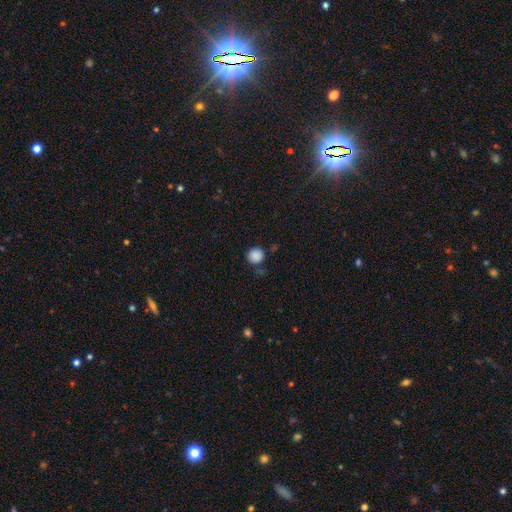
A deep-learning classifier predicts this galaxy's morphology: Smooth or featured? Predicted: smooth (p=0.87). How rounded? Predicted: round (p=0.93). Merging? Predicted: none (p=0.81).